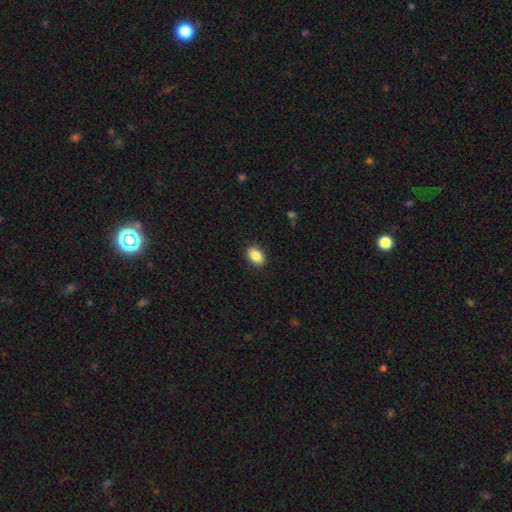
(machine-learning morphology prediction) Smooth or featured: smooth — 88% (star or artifact — 8%)
How rounded: in between — 87% (round — 11%)
Merging: none — 90% (minor disturbance — 7%)